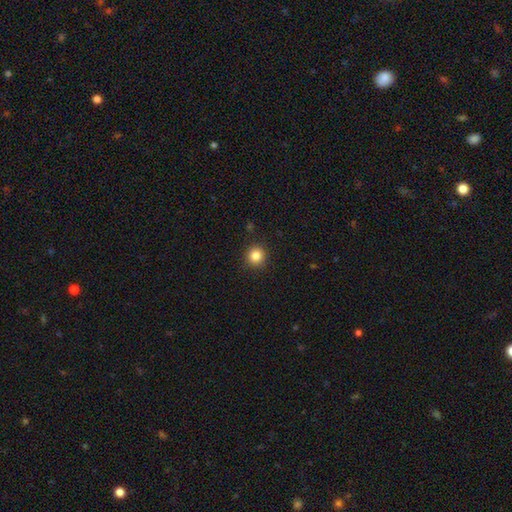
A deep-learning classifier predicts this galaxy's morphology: smooth-or-featured: smooth: 84% | star or artifact: 11% | featured or disk: 5%
  how-rounded: round: 93% | in between: 6% | cigar-shaped: 1%
  merging: none: 91% | minor disturbance: 6% | major disturbance: 2% | merger: 1%